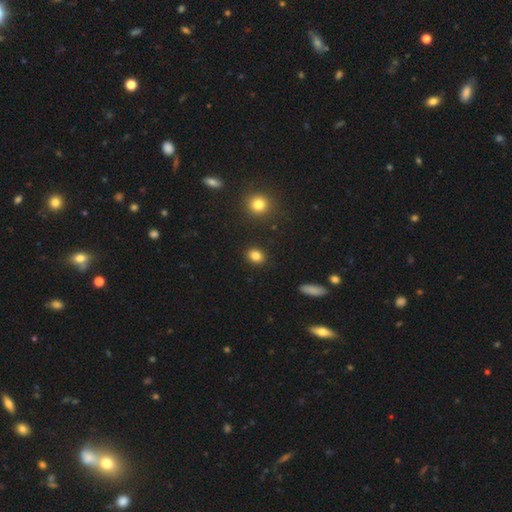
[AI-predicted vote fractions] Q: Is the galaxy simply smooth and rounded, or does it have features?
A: smooth — 84%.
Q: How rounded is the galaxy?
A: in between — 49%, tied with round.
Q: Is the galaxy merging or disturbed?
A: none — 89%.